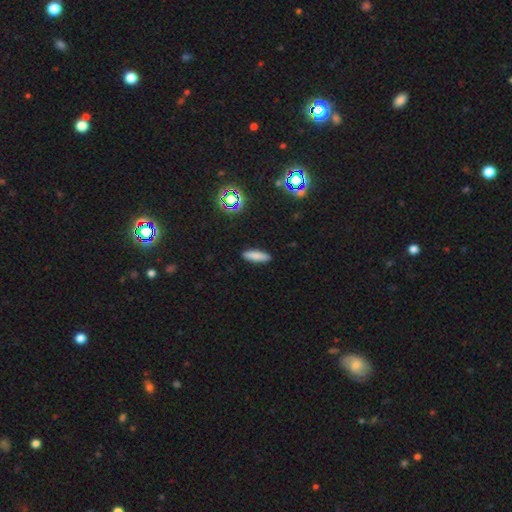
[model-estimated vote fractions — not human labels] Overall: smooth (80%). How rounded: cigar-shaped (63%; in between 35%). Merging: none (89%).